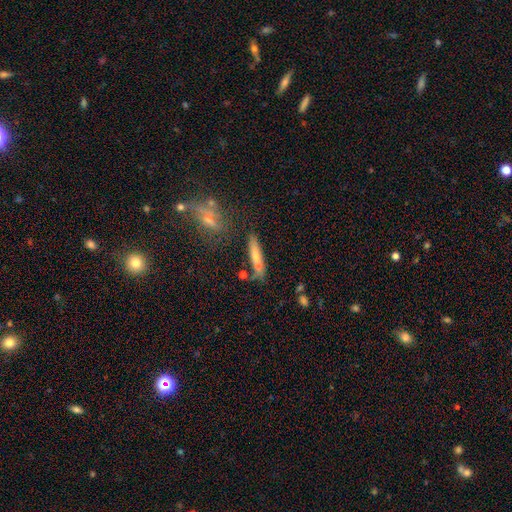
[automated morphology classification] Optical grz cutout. It shows a smooth galaxy with no disk features (59%) that is cigar-shaped (84%). Merging: none (65%).